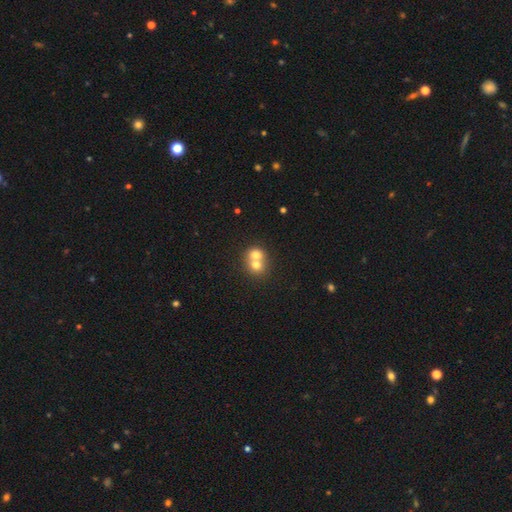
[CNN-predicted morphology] smooth 70%, featured or disk 19%, star or artifact 10%. Down the decision tree: how rounded — round (73%); merging — merger (70%).